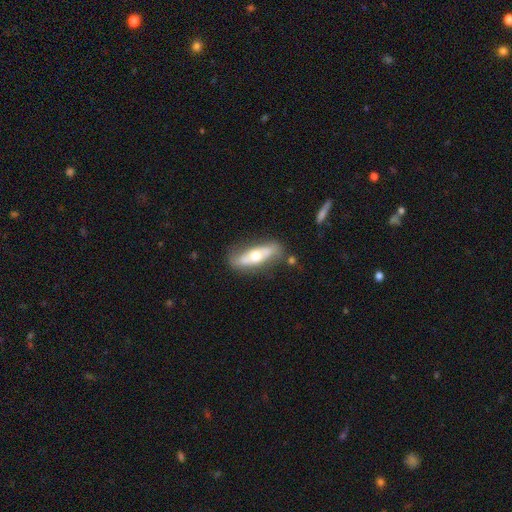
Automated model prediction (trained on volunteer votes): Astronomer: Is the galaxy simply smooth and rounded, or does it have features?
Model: featured or disk — 51% (runner-up: smooth, 43%).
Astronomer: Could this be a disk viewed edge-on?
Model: yes — 52% (runner-up: no, 48%).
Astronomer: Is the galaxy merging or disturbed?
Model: none — 70%.